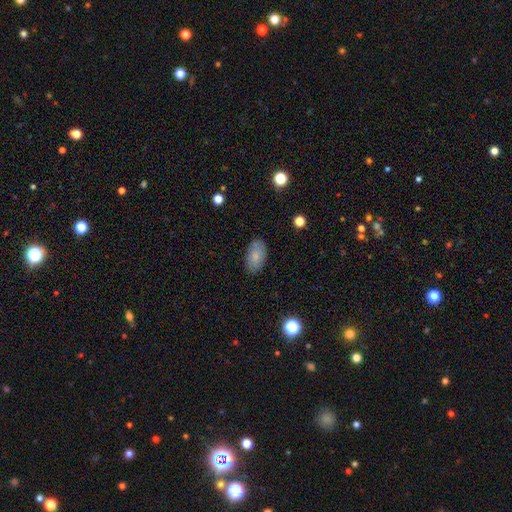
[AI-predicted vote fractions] smooth 80%, featured or disk 12%, star or artifact 7%. Down the decision tree: how rounded — in between (94%); merging — none (86%).